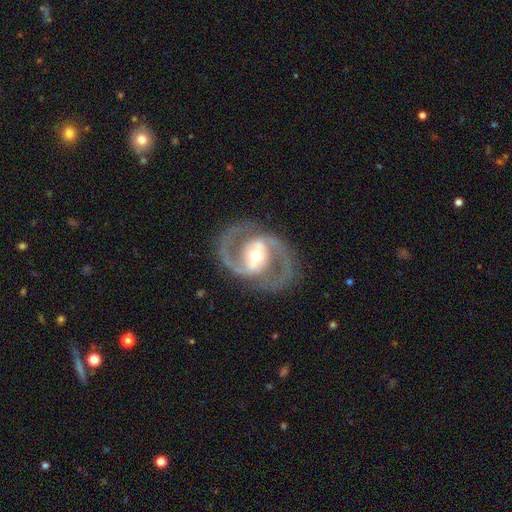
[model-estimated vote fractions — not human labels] Q: Smooth or featured?
A: featured or disk (90%); runner-up: smooth (6%)
Q: Edge-on disk?
A: no (97%); runner-up: yes (3%)
Q: Bar?
A: strong (45%); runner-up: weak (37%)
Q: Spiral arms?
A: yes (94%); runner-up: no (6%)
Q: Spiral winding?
A: medium (63%); runner-up: tight (19%)
Q: Spiral arm count?
A: 2 (93%); runner-up: can't tell (2%)
Q: Bulge size?
A: moderate (67%); runner-up: small (18%)
Q: Merging?
A: none (83%); runner-up: minor disturbance (10%)